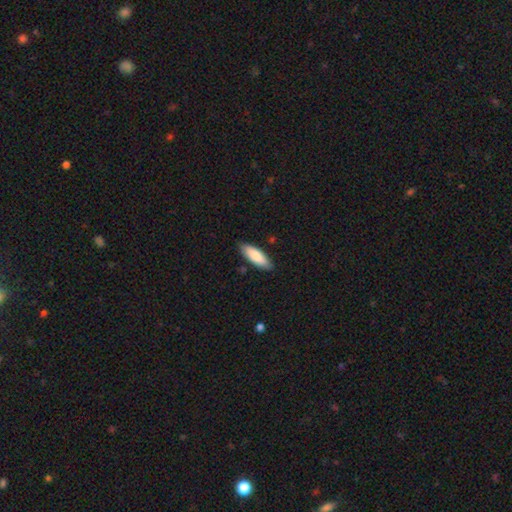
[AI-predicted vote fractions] Overall: smooth (85%). How rounded: in between (59%; cigar-shaped 40%). Merging: none (87%).